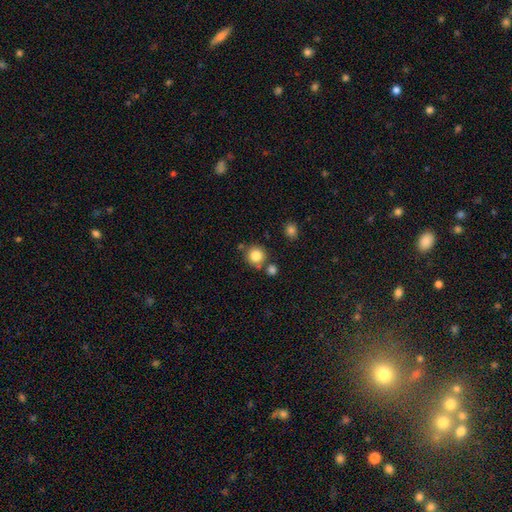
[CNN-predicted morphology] Smooth or featured: smooth — 82% (star or artifact — 11%)
How rounded: round — 91% (in between — 8%)
Merging: none — 73% (merger — 14%)